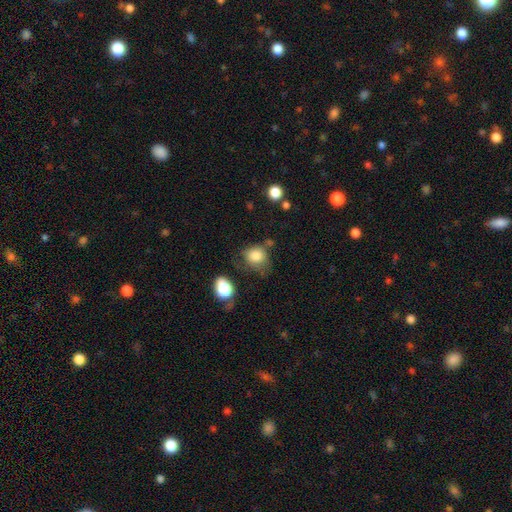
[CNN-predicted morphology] This is clearly a smooth galaxy (81%). How rounded: likely round (63%). Merging: possibly none (48%).